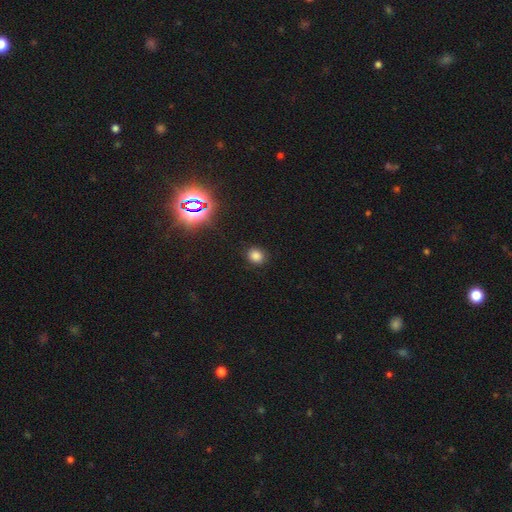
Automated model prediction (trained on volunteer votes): smooth-or-featured: smooth: 79% | star or artifact: 17% | featured or disk: 4%
  how-rounded: round: 68% | in between: 31% | cigar-shaped: 1%
  merging: none: 87% | minor disturbance: 9% | major disturbance: 3% | merger: 1%